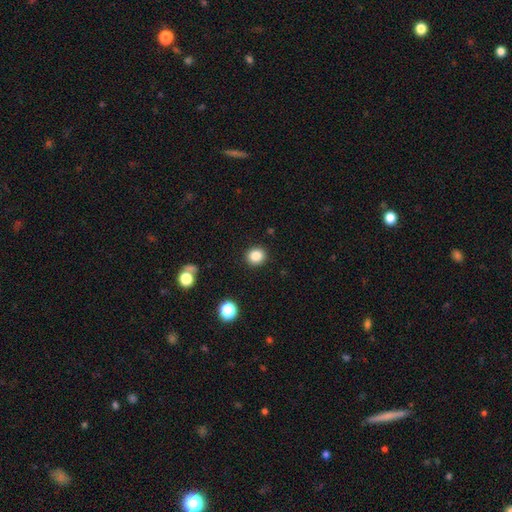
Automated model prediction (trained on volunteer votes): Smooth or featured? Predicted: smooth (p=0.85). How rounded? Predicted: round (p=0.85). Merging? Predicted: none (p=0.91).